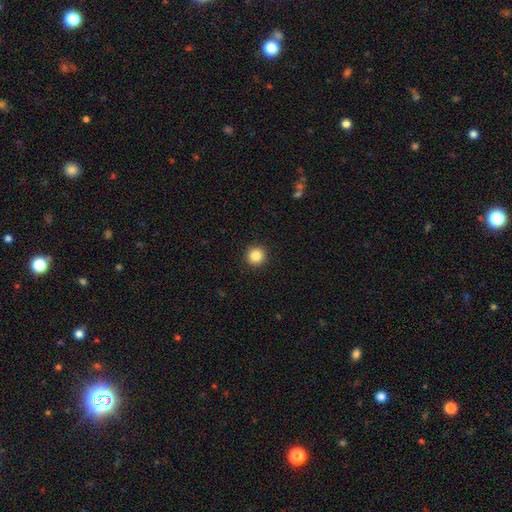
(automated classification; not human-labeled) smooth 85%, star or artifact 10%, featured or disk 4%. Down the decision tree: how rounded — round (95%); merging — none (93%).